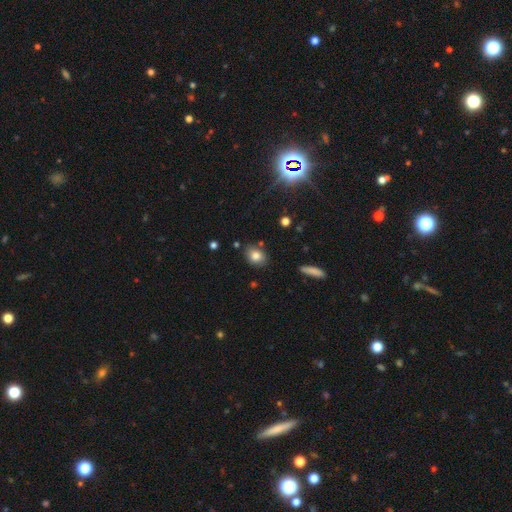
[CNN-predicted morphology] Smooth or featured: smooth — 81% (star or artifact — 10%)
How rounded: in between — 60% (round — 38%)
Merging: none — 82% (minor disturbance — 12%)